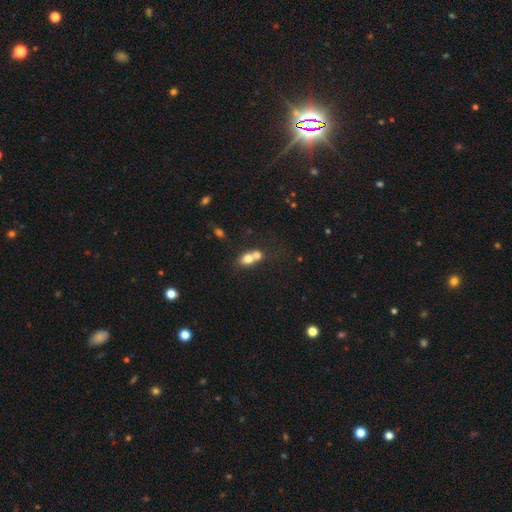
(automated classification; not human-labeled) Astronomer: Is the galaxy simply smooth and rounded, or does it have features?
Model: smooth — 71%.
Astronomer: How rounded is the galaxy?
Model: in between — 54% (runner-up: round, 43%).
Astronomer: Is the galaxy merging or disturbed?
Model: merger — 64%.